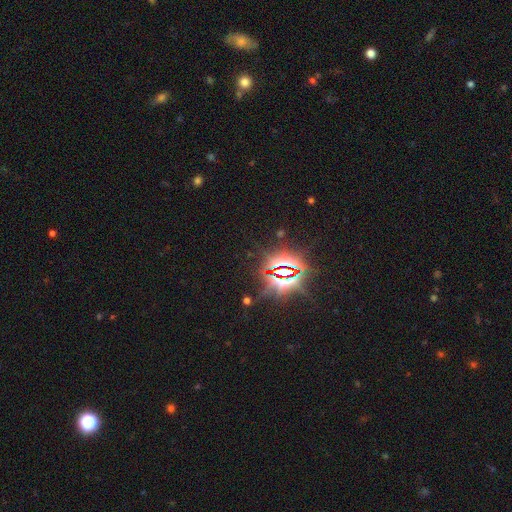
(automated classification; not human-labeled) star or artifact 85%, smooth 9%, featured or disk 6%.